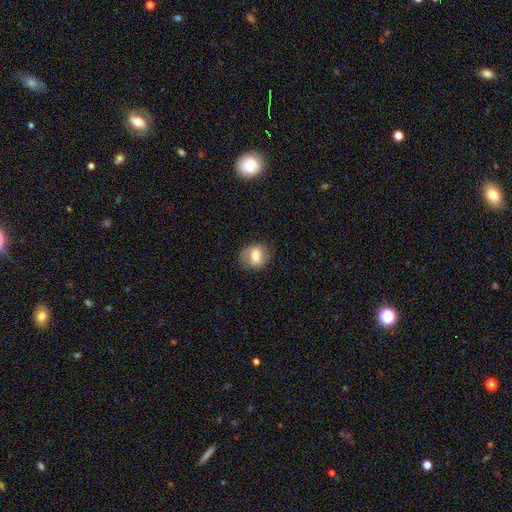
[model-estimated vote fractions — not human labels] Smooth or featured? Predicted: smooth (p=0.70). How rounded? Predicted: round (p=0.61). Merging? Predicted: none (p=0.81).